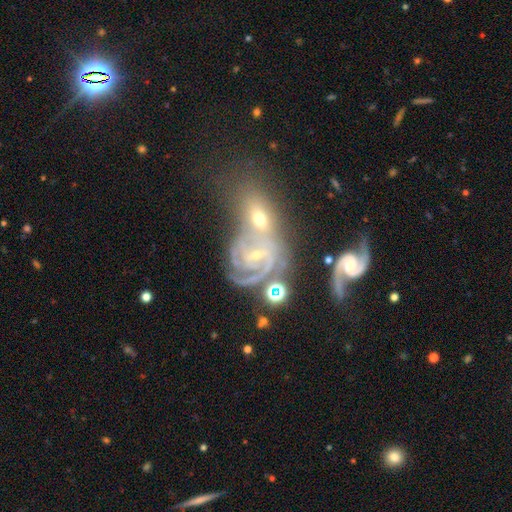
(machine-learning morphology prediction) Smooth or featured: featured or disk — 85% (star or artifact — 8%)
Edge-on disk: no — 97% (yes — 3%)
Bar: weak — 46% (no — 31%)
Spiral arms: yes — 97% (no — 3%)
Spiral winding: tight — 47% (medium — 42%)
Spiral arm count: 2 — 39% (3 — 30%)
Bulge size: small — 67% (moderate — 27%)
Merging: merger — 46% (none — 32%)